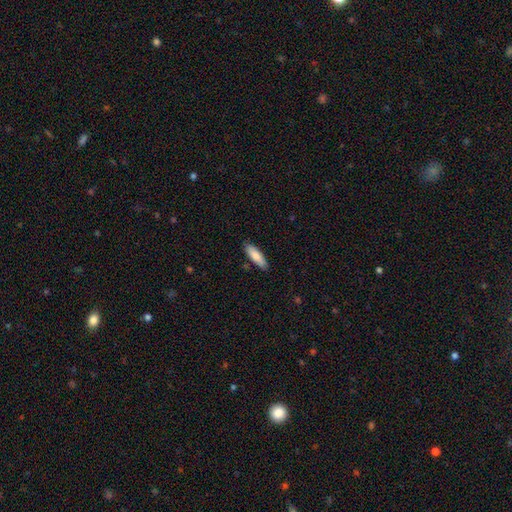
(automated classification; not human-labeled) This appears to be a smooth galaxy with no disk features (81%) that is cigar-shaped (52%). Merging: none (85%).